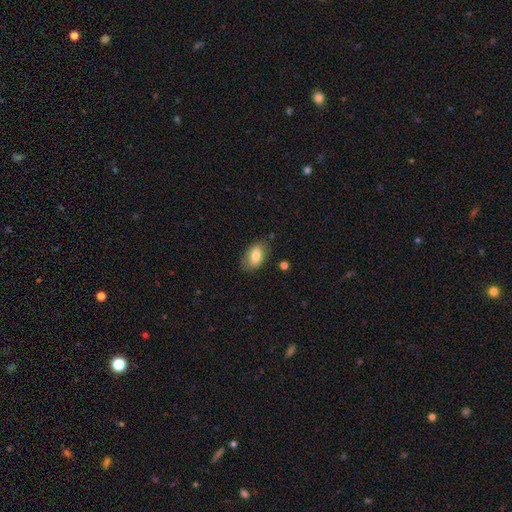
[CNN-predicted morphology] Q: Smooth or featured?
A: smooth (74%); runner-up: featured or disk (19%)
Q: How rounded?
A: in between (91%); runner-up: round (7%)
Q: Merging?
A: none (75%); runner-up: minor disturbance (18%)